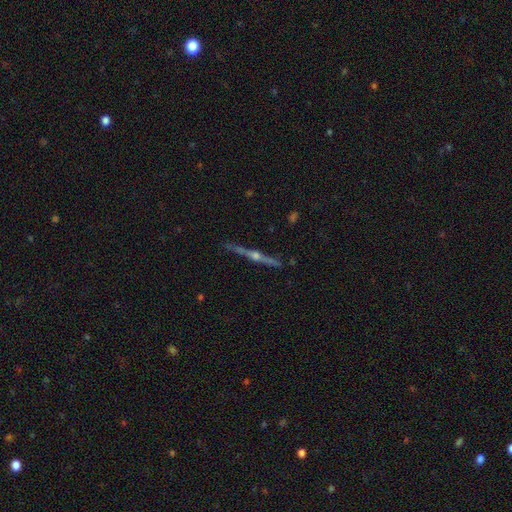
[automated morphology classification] A featured or disk galaxy (86%) viewed edge-on (98%) with a rounded central bulge (94%). Merging: none (90%).